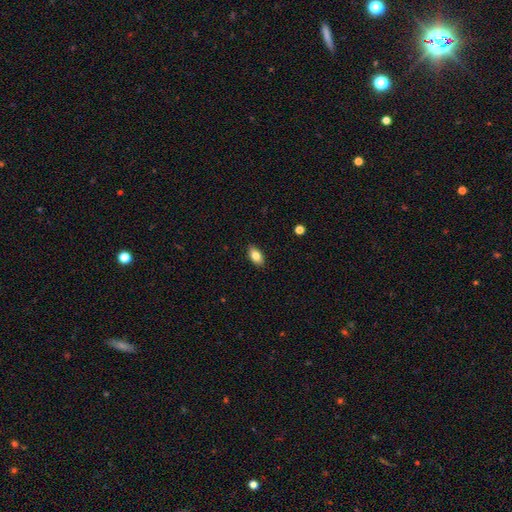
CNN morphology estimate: smooth 82%, featured or disk 10%, star or artifact 8%. Down the decision tree: how rounded — in between (91%); merging — none (89%).